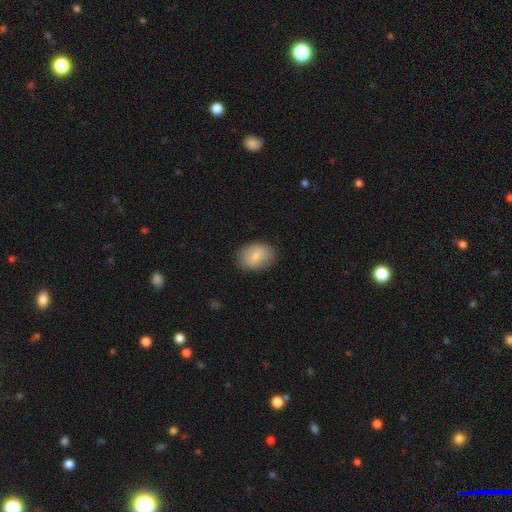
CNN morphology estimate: A smooth galaxy with no disk features (78%) that is in between round and cigar-shaped (76%).

Vote fractions:
- Smooth or featured? smooth: 78% / featured or disk: 15% / star or artifact: 7%
- How rounded? in between: 76% / round: 23% / cigar-shaped: 1%
- Merging? none: 82% / minor disturbance: 14% / major disturbance: 3% / merger: 1%